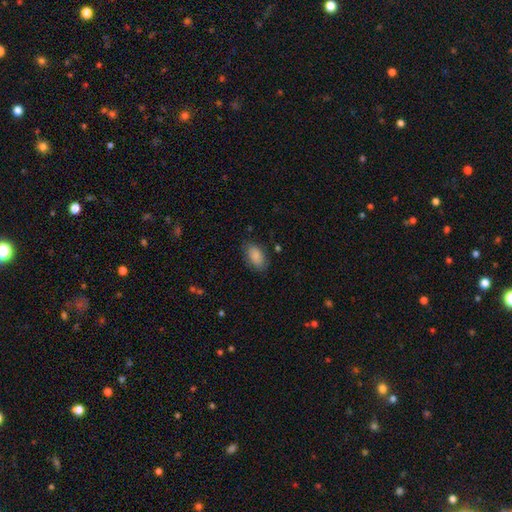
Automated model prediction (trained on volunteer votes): Smooth or featured?
  - smooth: 87% *
  - star or artifact: 7%
  - featured or disk: 6%
How rounded?
  - in between: 92% *
  - round: 5%
  - cigar-shaped: 3%
Merging?
  - none: 80% *
  - minor disturbance: 15%
  - major disturbance: 4%
  - merger: 1%